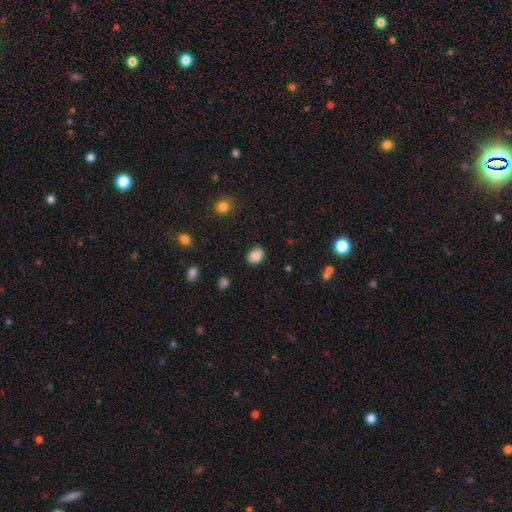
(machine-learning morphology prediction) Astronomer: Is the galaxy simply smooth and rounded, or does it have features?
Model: smooth — 86%.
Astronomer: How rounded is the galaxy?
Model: in between — 58% (runner-up: round, 41%).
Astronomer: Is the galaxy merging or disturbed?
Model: none — 80%.